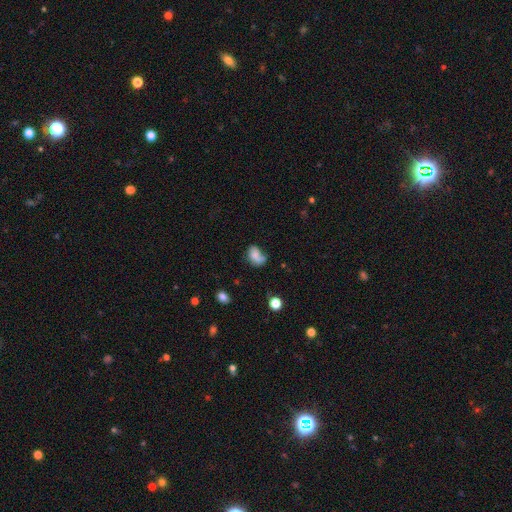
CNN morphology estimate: type=smooth (70%); roundness=in between (81%); merging=none (38%).